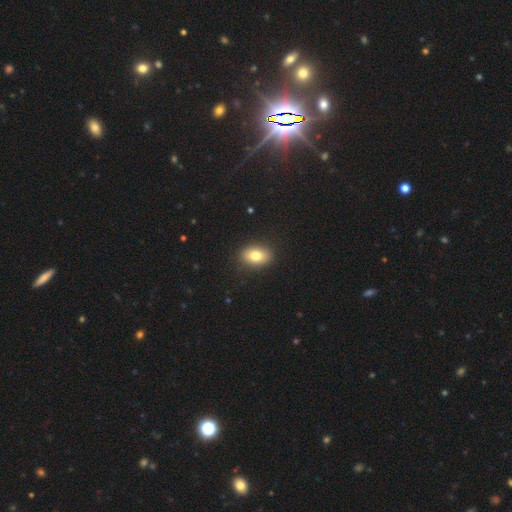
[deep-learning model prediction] smooth 81%, featured or disk 10%, star or artifact 9%. Down the decision tree: how rounded — in between (83%); merging — none (88%).